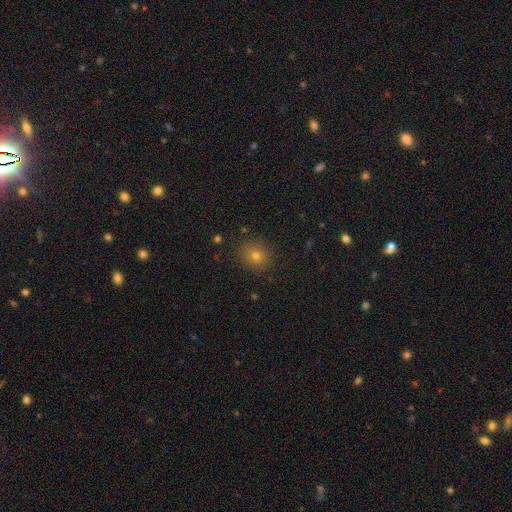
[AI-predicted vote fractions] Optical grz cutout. It shows a smooth galaxy with no disk features (73%) that is round (80%). Merging: none (88%).